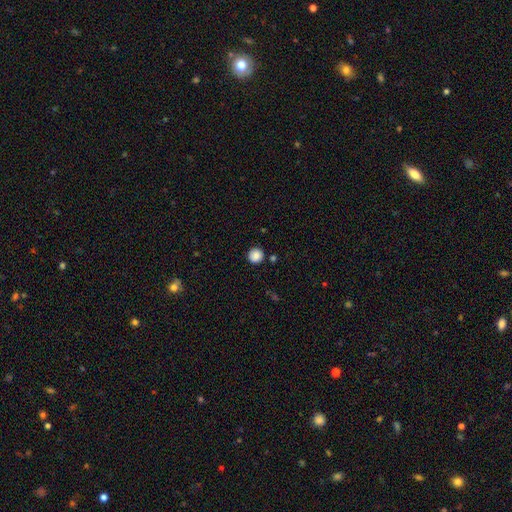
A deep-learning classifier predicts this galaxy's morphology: Smooth or featured?
  - smooth: 87% *
  - star or artifact: 9%
  - featured or disk: 4%
How rounded?
  - round: 95% *
  - in between: 4%
  - cigar-shaped: 1%
Merging?
  - none: 90% *
  - minor disturbance: 6%
  - merger: 3%
  - major disturbance: 2%